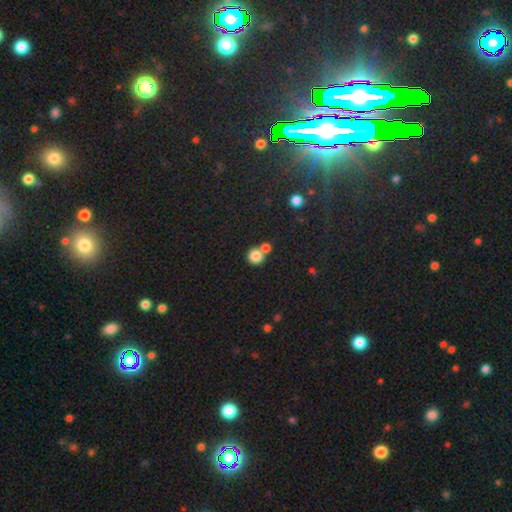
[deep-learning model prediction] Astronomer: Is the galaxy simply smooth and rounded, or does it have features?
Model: smooth — 83%.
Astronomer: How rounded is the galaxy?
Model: round — 91%.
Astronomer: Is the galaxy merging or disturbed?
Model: none — 54% (runner-up: merger, 36%).